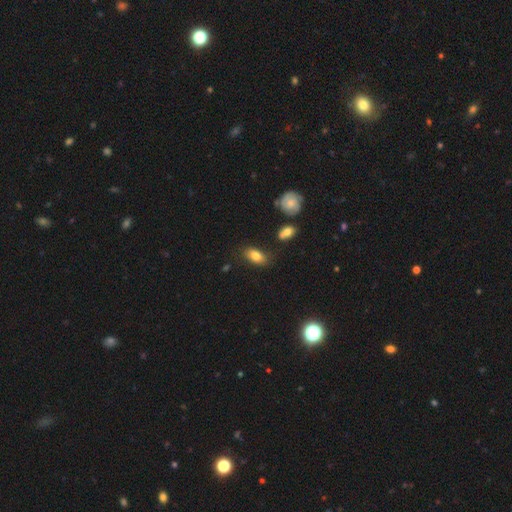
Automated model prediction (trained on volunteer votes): This is likely a smooth galaxy (80%). How rounded: clearly in between (89%). Merging: likely none (75%).